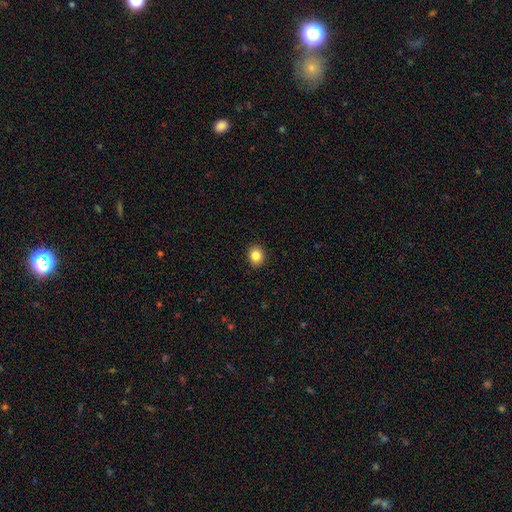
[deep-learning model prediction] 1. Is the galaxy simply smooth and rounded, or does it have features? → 86% smooth, 9% star or artifact, 4% featured or disk.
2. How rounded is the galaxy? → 61% round, 38% in between, 1% cigar-shaped.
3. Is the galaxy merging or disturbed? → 90% none, 7% minor disturbance, 2% major disturbance, 1% merger.